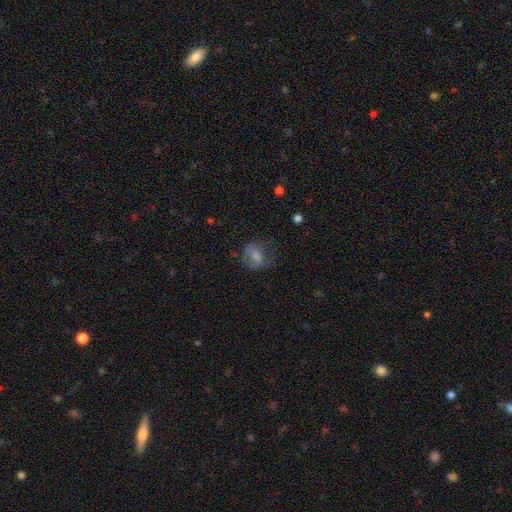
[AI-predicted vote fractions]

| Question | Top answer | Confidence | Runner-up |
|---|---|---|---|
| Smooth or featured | smooth | 63% | featured or disk (27%) |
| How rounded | in between | 54% | round (44%) |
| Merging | none | 49% | minor disturbance (25%) |